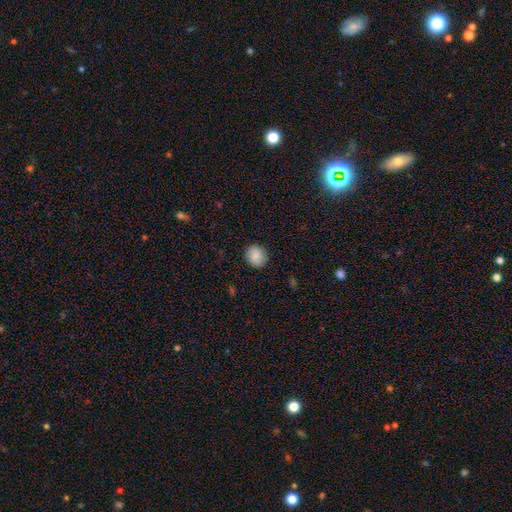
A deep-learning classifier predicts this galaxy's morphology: smooth-or-featured: smooth: 88% | star or artifact: 8% | featured or disk: 5%
  how-rounded: round: 83% | in between: 16% | cigar-shaped: 1%
  merging: none: 90% | minor disturbance: 7% | major disturbance: 2% | merger: 1%